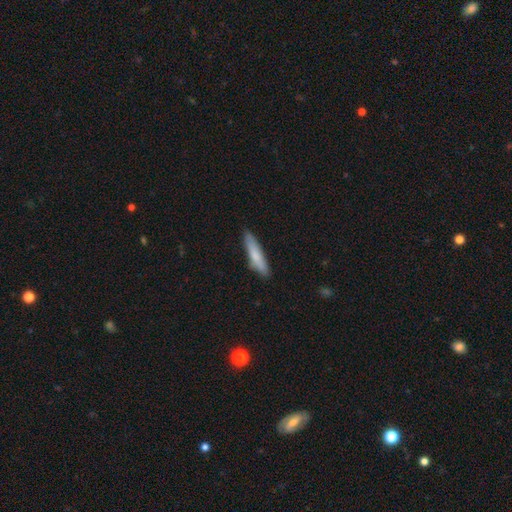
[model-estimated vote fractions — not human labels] Smooth or featured? Predicted: smooth (p=0.75). How rounded? Predicted: cigar-shaped (p=0.85). Merging? Predicted: none (p=0.83).